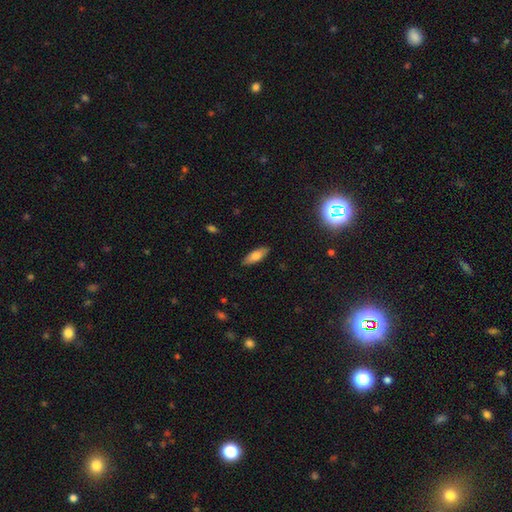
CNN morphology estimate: Smooth or featured?
  - smooth: 71% *
  - featured or disk: 21%
  - star or artifact: 7%
How rounded?
  - in between: 62% *
  - cigar-shaped: 36%
  - round: 2%
Merging?
  - none: 87% *
  - minor disturbance: 10%
  - major disturbance: 2%
  - merger: 1%